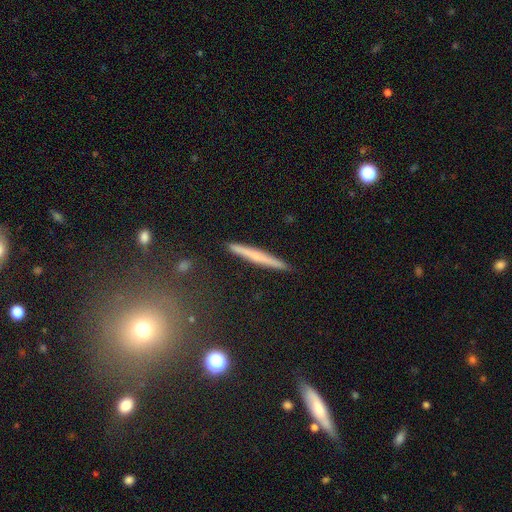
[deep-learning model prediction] This appears to be a featured or disk galaxy (48%). Merging: none (90%).